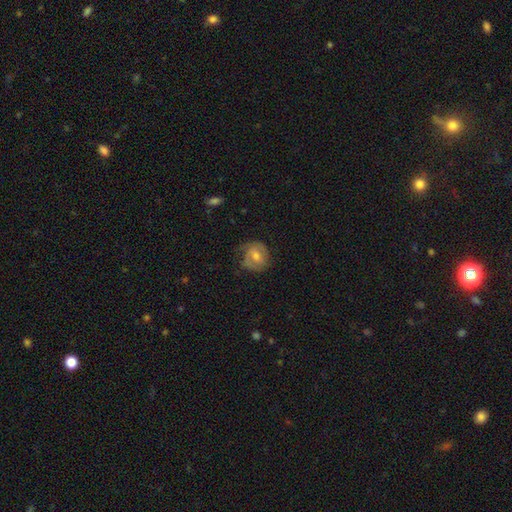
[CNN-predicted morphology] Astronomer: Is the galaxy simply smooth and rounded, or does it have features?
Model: featured or disk — 52% (runner-up: smooth, 37%).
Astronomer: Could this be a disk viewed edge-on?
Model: no — 96%.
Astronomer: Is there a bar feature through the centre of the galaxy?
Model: no — 47% (runner-up: weak, 42%).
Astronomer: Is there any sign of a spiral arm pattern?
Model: yes — 74%.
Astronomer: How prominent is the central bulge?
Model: moderate — 59%.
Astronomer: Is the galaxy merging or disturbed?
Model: none — 66%.